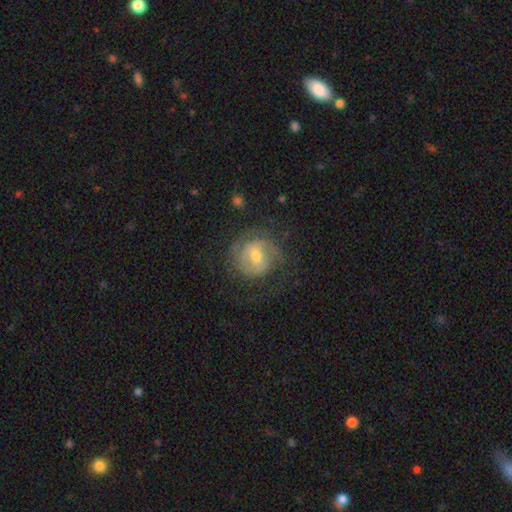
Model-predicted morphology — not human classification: Smooth or featured? featured or disk (73%)
Edge-on disk? no (97%)
Bar? weak (51%)
Spiral arms? yes (83%)
Spiral winding? tight (49%)
Spiral arm count? 2 (46%)
Bulge size? moderate (60%)
Merging? none (63%)